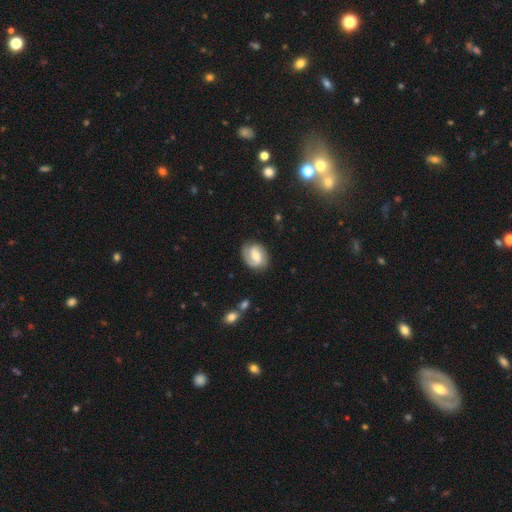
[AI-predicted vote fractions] featured or disk 72%, smooth 22%, star or artifact 6%. Down the decision tree: edge-on disk — no (97%); bar — weak (51%); spiral arms — yes (92%); spiral arm count — 2 (81%); spiral winding — medium (43%); bulge size — moderate (56%); merging — none (78%).